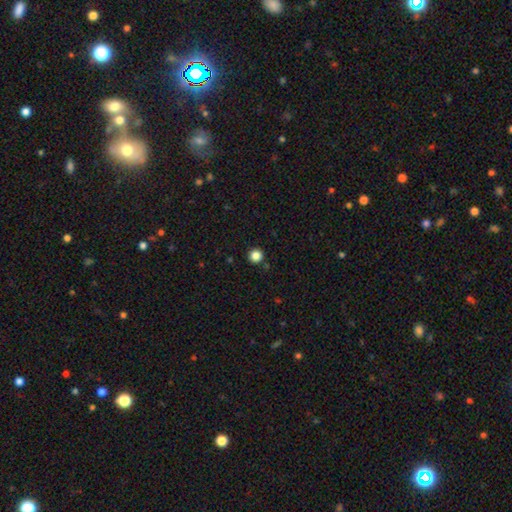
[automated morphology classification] Q: Smooth or featured?
A: smooth (85%); runner-up: star or artifact (12%)
Q: How rounded?
A: round (96%); runner-up: in between (3%)
Q: Merging?
A: none (92%); runner-up: minor disturbance (5%)